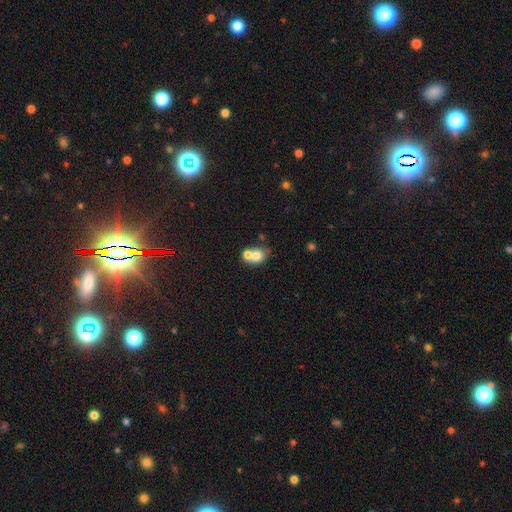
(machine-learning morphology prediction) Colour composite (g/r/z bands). It shows a smooth galaxy with no disk features (72%) that is round (59%). Merging: merger (57%).